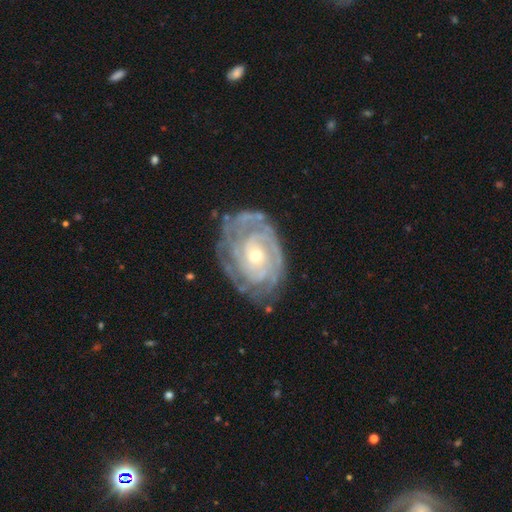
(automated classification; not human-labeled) smooth_or_featured: featured or disk (p=0.87) [alt: smooth p=0.08]
disk_edge_on: no (p=0.96) [alt: yes p=0.04]
bar: no (p=0.76) [alt: weak p=0.18]
has_spiral_arms: yes (p=0.94) [alt: no p=0.06]
spiral_winding: tight (p=0.77) [alt: medium p=0.19]
spiral_arm_count: can't tell (p=0.37) [alt: 3 p=0.19]
bulge_size: small (p=0.52) [alt: moderate p=0.44]
merging: none (p=0.71) [alt: minor disturbance p=0.19]